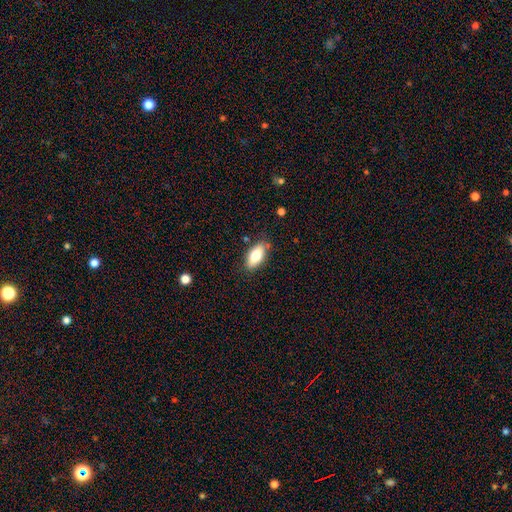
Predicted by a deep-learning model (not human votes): Overall: smooth (75%). How rounded: in between (86%). Merging: none (82%).